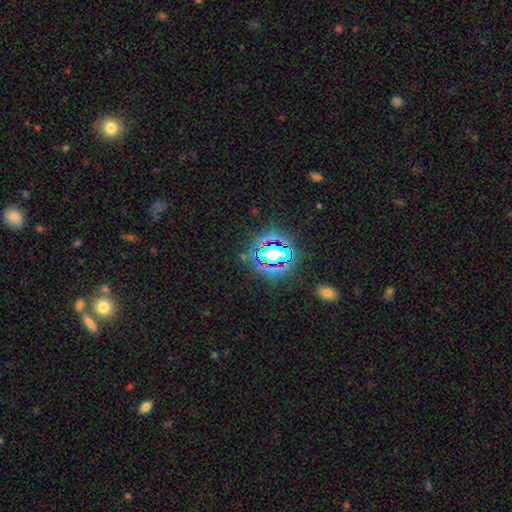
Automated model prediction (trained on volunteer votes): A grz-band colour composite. It shows a star or artifact, not a galaxy (79%).